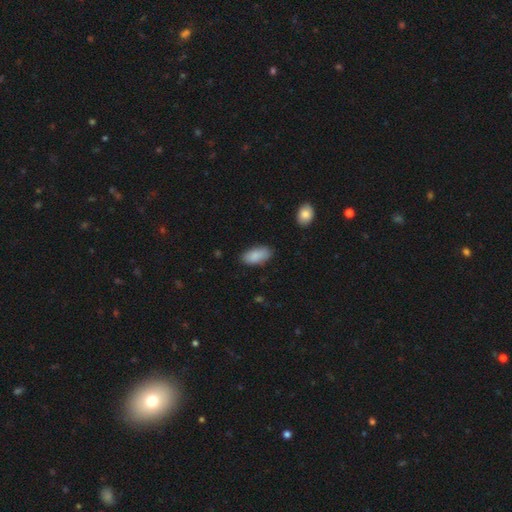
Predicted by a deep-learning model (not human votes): Smooth or featured: smooth — 88% (star or artifact — 6%)
How rounded: in between — 92% (cigar-shaped — 6%)
Merging: none — 83% (minor disturbance — 13%)